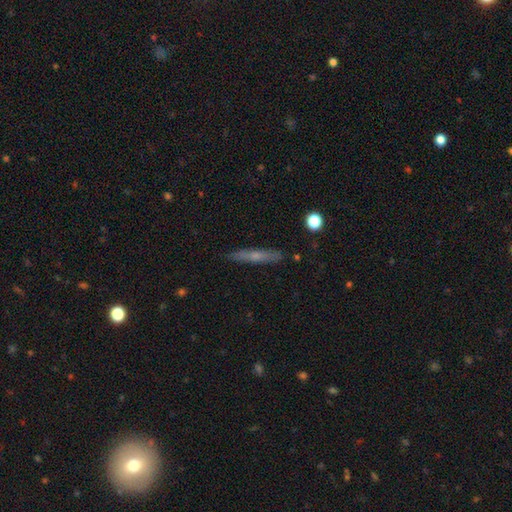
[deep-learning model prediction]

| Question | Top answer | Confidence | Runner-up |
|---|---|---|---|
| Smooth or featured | featured or disk | 47% | smooth (45%) |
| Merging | none | 88% | minor disturbance (9%) |